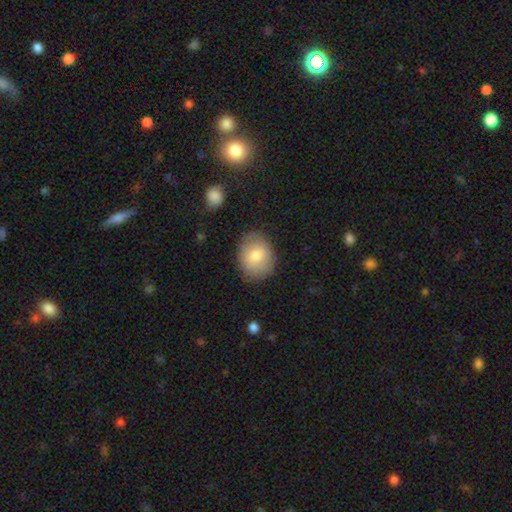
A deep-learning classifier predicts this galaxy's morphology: Smooth or featured: smooth — 76% (featured or disk — 17%)
How rounded: in between — 56% (round — 43%)
Merging: none — 80% (minor disturbance — 15%)